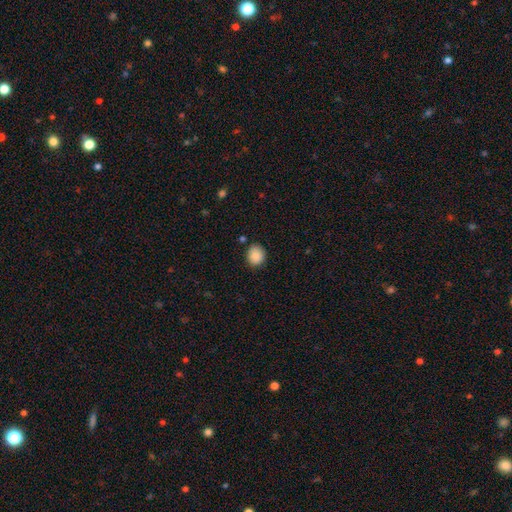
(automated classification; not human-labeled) The model was most divided on "how rounded": round: 74%, in between: 25%, cigar-shaped: 1%. More confident: smooth or featured — smooth (87%); merging — none (83%).